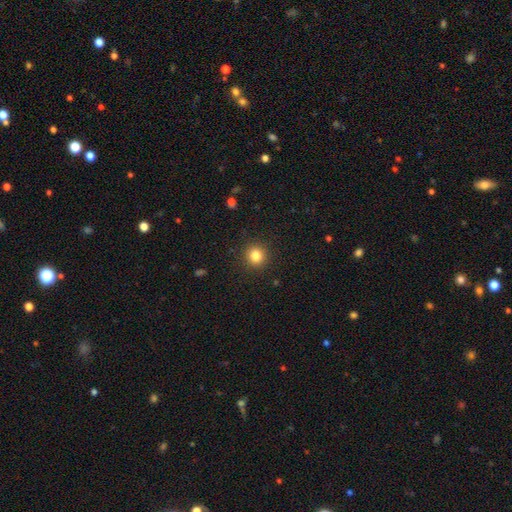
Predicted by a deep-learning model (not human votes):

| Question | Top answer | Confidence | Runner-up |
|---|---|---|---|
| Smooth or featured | smooth | 83% | star or artifact (12%) |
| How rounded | round | 92% | in between (7%) |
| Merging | none | 91% | minor disturbance (6%) |